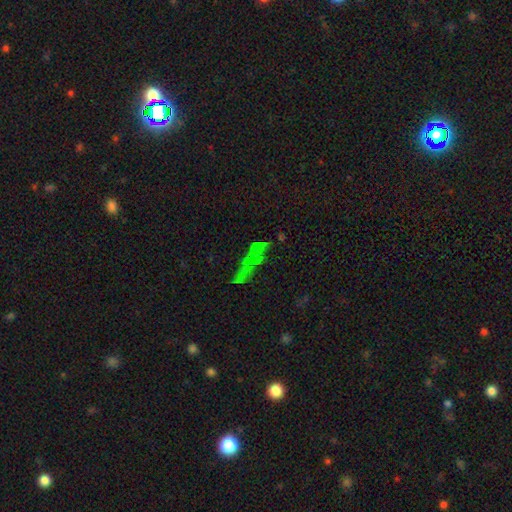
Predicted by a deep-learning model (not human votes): Smooth or featured?
  - star or artifact: 55% *
  - smooth: 28%
  - featured or disk: 16%